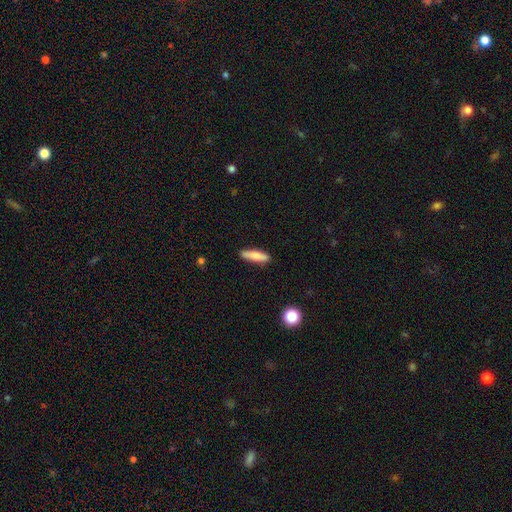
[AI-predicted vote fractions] Q: Smooth or featured?
A: smooth (83%); runner-up: featured or disk (11%)
Q: How rounded?
A: cigar-shaped (72%); runner-up: in between (26%)
Q: Merging?
A: none (86%); runner-up: minor disturbance (10%)